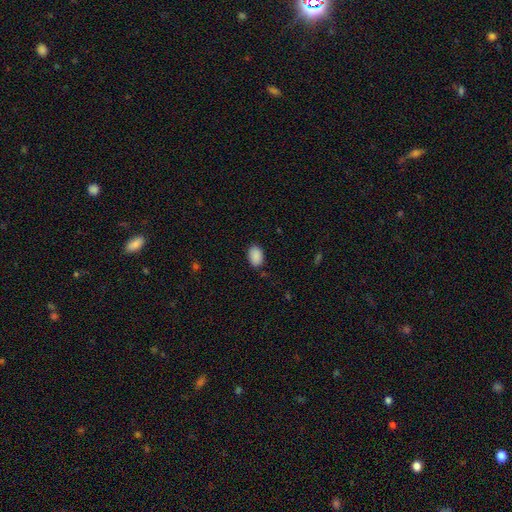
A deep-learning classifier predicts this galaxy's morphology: Smooth or featured?
  - smooth: 90% *
  - star or artifact: 8%
  - featured or disk: 3%
How rounded?
  - in between: 85% *
  - round: 13%
  - cigar-shaped: 1%
Merging?
  - none: 85% *
  - minor disturbance: 11%
  - major disturbance: 3%
  - merger: 1%